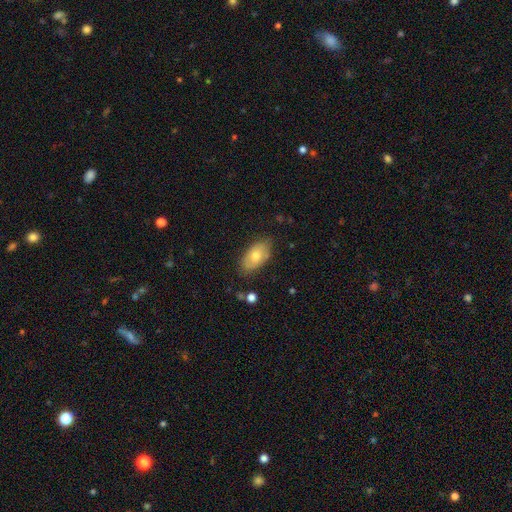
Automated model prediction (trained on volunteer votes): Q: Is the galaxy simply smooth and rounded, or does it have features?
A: smooth — 70%.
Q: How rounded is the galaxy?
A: in between — 93%.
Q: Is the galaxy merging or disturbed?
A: none — 79%.